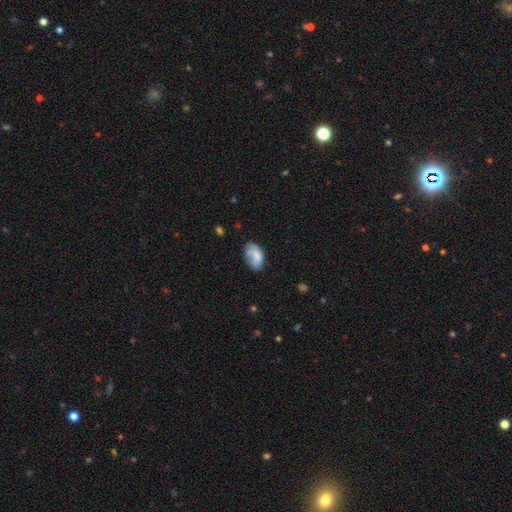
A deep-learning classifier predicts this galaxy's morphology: smooth_or_featured: smooth (p=0.68) [alt: featured or disk p=0.24]
how_rounded: in between (p=0.91) [alt: round p=0.07]
merging: none (p=0.46) [alt: minor disturbance p=0.32]